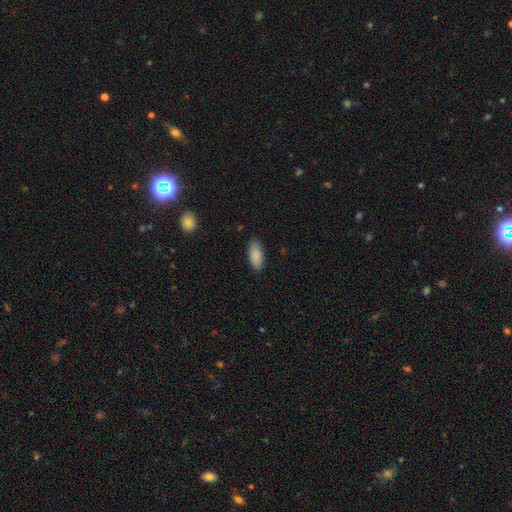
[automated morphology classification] smooth 89%, star or artifact 6%, featured or disk 5%. Down the decision tree: how rounded — in between (86%); merging — none (87%).